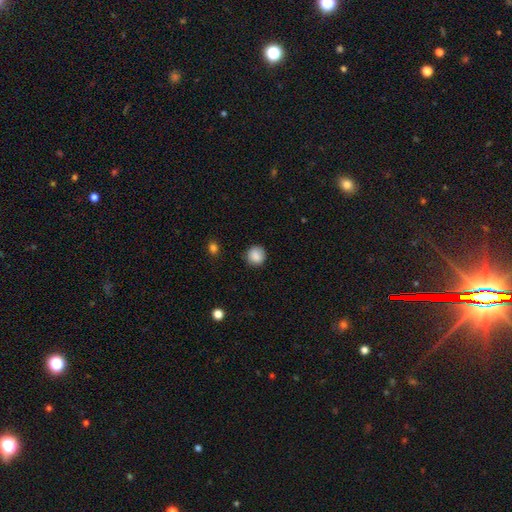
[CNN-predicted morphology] smooth_or_featured: smooth (p=0.87) [alt: star or artifact p=0.09]
how_rounded: round (p=0.89) [alt: in between p=0.10]
merging: none (p=0.85) [alt: minor disturbance p=0.11]